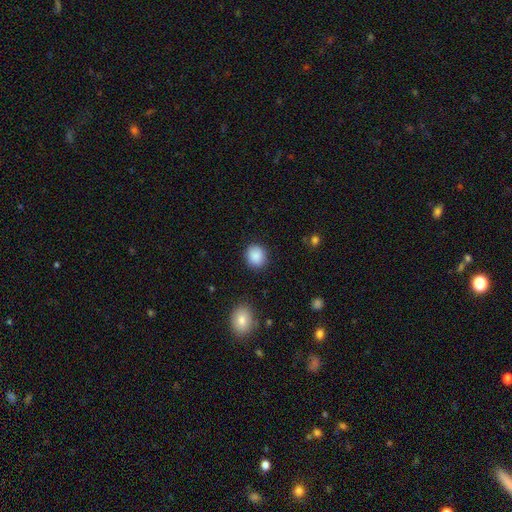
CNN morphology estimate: This appears to be a smooth galaxy with no disk features (89%) that is round (78%). Merging: none (87%).